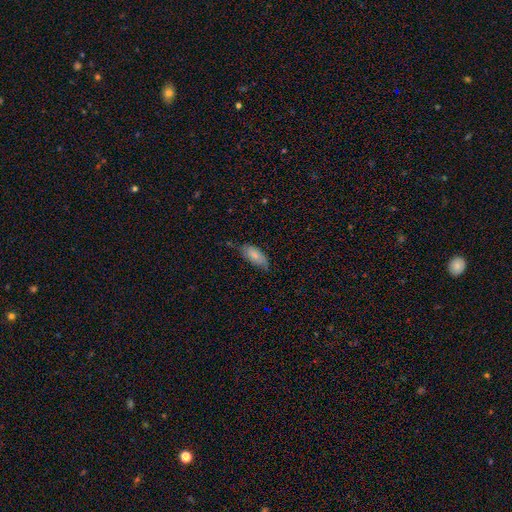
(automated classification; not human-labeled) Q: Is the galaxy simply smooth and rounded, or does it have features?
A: smooth — 71%.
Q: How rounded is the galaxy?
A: in between — 81%.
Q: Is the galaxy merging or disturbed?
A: none — 66%.